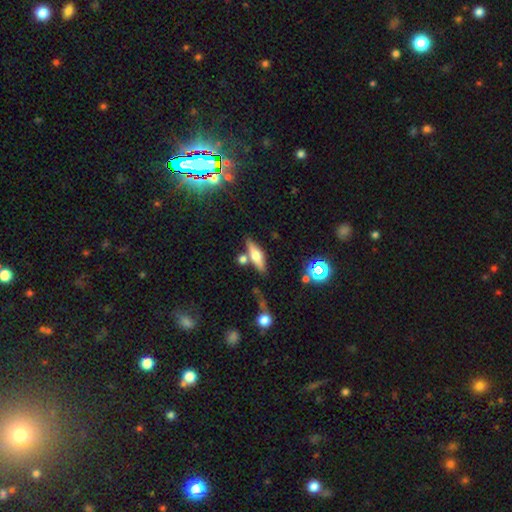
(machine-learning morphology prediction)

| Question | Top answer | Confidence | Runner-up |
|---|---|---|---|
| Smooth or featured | featured or disk | 49% | smooth (42%) |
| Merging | none | 68% | merger (14%) |